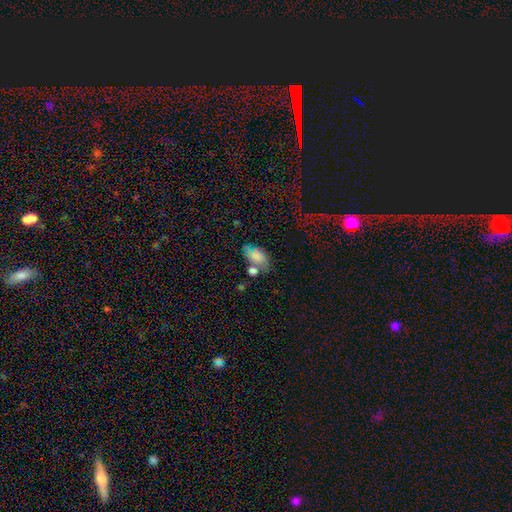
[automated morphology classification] The model was most divided on "merging": none: 41%, merger: 26%, minor disturbance: 22%, major disturbance: 11%. More confident: how rounded — in between (90%); smooth or featured — smooth (72%).